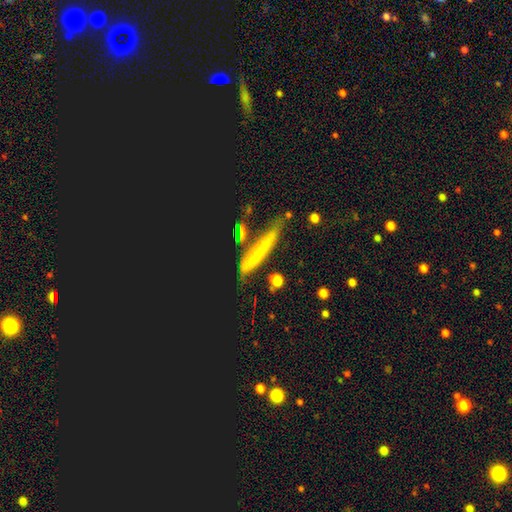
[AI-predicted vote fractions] Smooth or featured?
  - smooth: 38% *
  - star or artifact: 34%
  - featured or disk: 27%
Merging?
  - none: 66% *
  - minor disturbance: 17%
  - major disturbance: 9%
  - merger: 8%